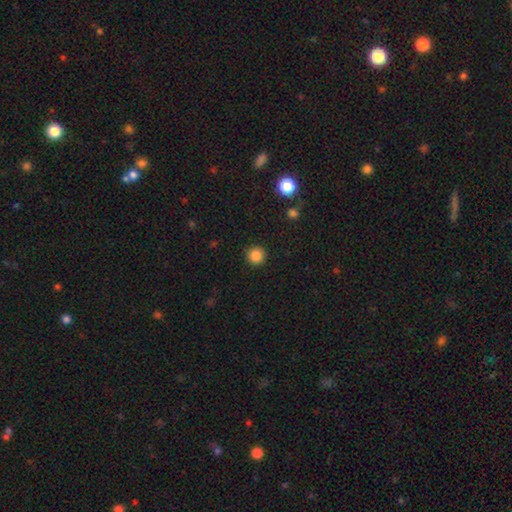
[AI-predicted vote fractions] Smooth or featured: smooth — 86% (star or artifact — 11%)
How rounded: round — 95% (in between — 4%)
Merging: none — 92% (minor disturbance — 5%)